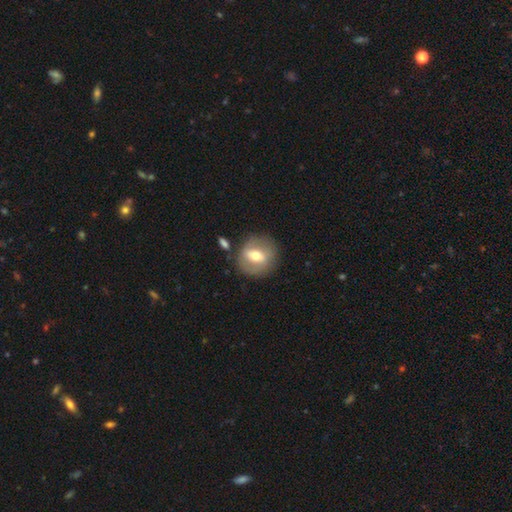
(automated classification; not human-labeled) Smooth or featured? Predicted: featured or disk (p=0.49). Merging? Predicted: none (p=0.77).